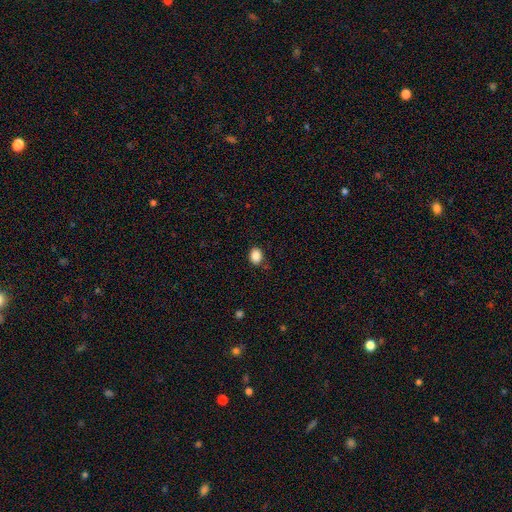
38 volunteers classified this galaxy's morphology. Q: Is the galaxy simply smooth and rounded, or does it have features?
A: smooth — 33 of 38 (87%).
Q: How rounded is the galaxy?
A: round — 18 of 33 (55%).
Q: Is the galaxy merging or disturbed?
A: none — 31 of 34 (91%).